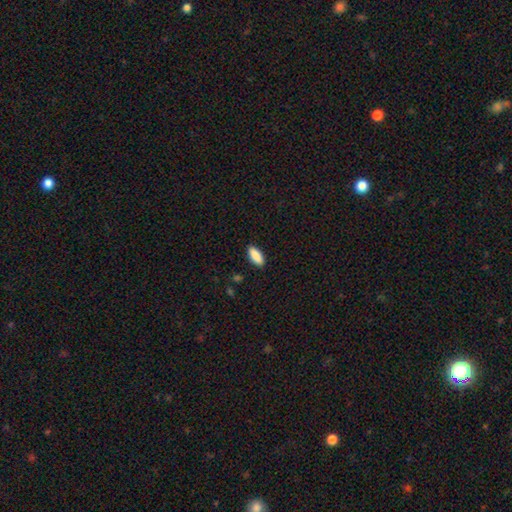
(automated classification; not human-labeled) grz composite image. It shows a smooth galaxy with no disk features (89%) that is in between round and cigar-shaped (76%). Merging: none (89%).